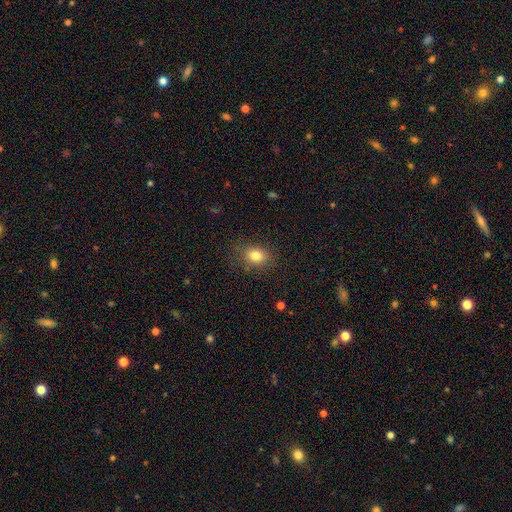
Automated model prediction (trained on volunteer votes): This appears to be a smooth galaxy with no disk features (81%) that is in between round and cigar-shaped (57%). Merging: none (79%).